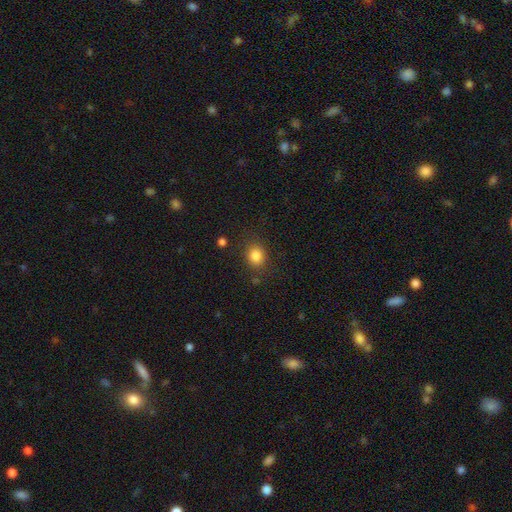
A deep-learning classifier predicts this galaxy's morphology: smooth-or-featured: smooth: 84% | star or artifact: 11% | featured or disk: 5%
  how-rounded: round: 65% | in between: 34% | cigar-shaped: 1%
  merging: none: 81% | minor disturbance: 12% | major disturbance: 4% | merger: 3%